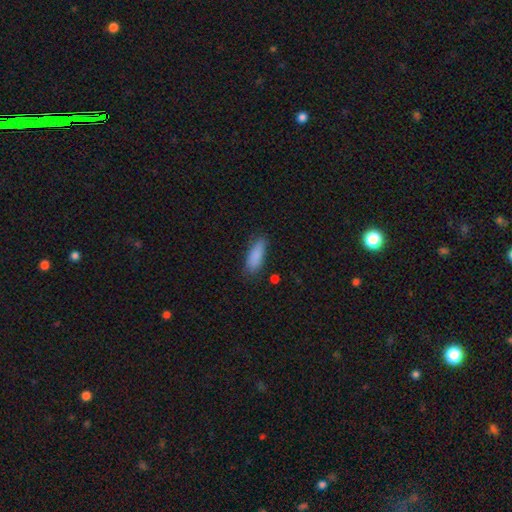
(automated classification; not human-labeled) This is clearly a smooth galaxy (88%). How rounded: possibly in between (58%). Merging: likely none (79%).